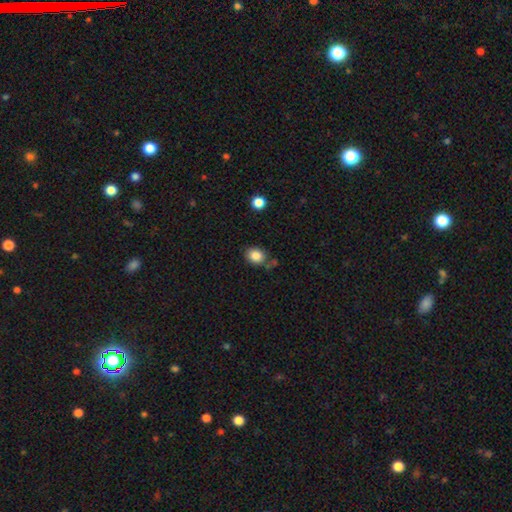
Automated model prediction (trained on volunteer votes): Smooth or featured: smooth — 85% (star or artifact — 9%)
How rounded: round — 50% (in between — 49%)
Merging: none — 69% (minor disturbance — 19%)